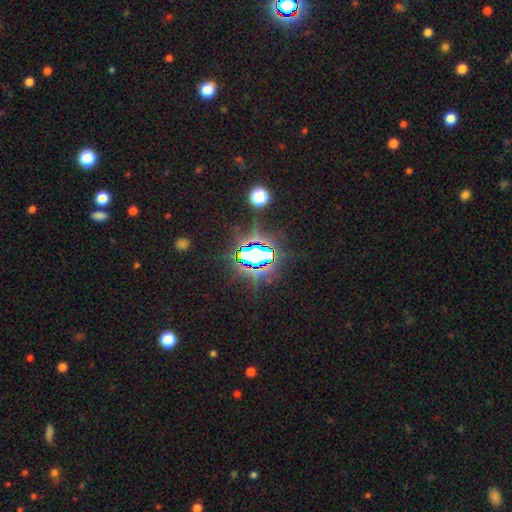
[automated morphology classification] star or artifact 76%, smooth 13%, featured or disk 11%.